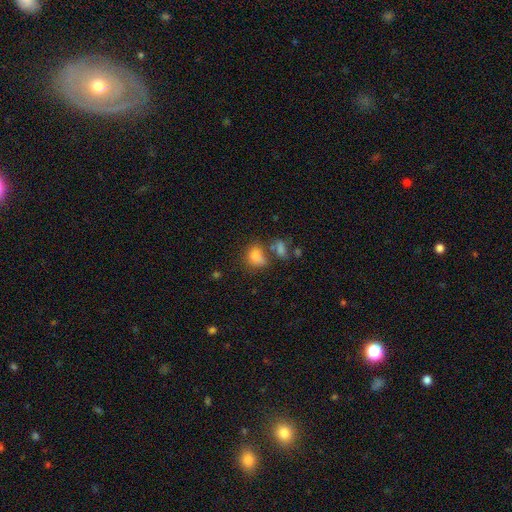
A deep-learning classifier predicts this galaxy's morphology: Smooth or featured: smooth — 78% (star or artifact — 12%)
How rounded: in between — 61% (round — 38%)
Merging: none — 45% (merger — 27%)